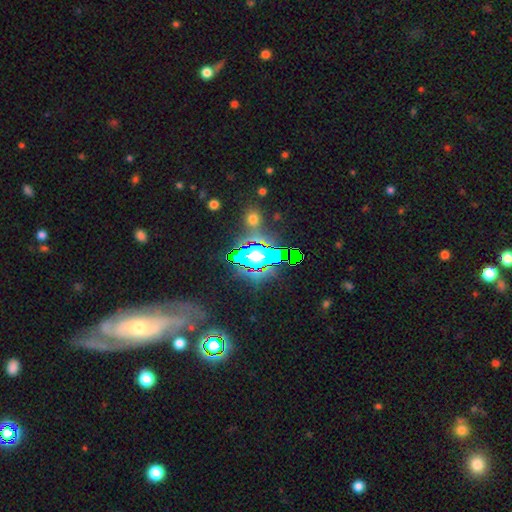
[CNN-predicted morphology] A star or artifact, not a galaxy (62%).

Vote fractions:
- Smooth or featured? star or artifact: 62% / smooth: 23% / featured or disk: 15%